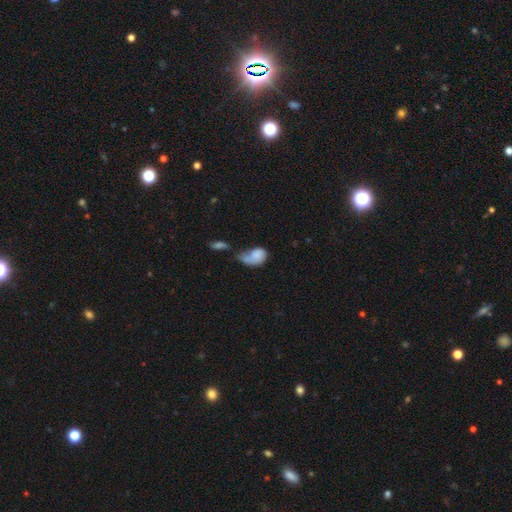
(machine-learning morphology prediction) type=smooth (71%); roundness=in between (77%); merging=merger (40%).